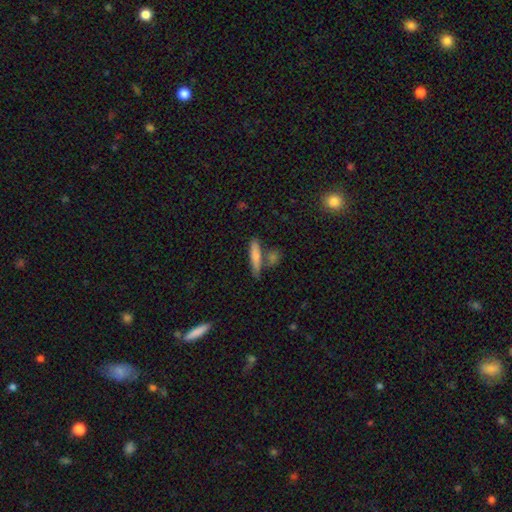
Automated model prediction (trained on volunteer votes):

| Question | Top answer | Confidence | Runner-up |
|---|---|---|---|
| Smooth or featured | smooth | 73% | featured or disk (20%) |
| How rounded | cigar-shaped | 82% | in between (16%) |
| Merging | none | 65% | merger (18%) |